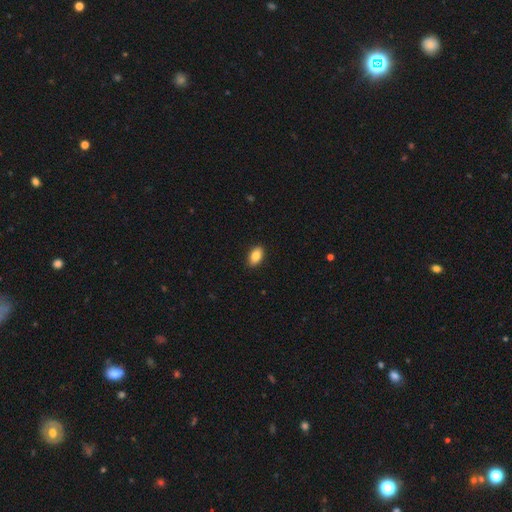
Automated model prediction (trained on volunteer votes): The model was most divided on "smooth or featured": smooth: 86%, star or artifact: 8%, featured or disk: 7%. More confident: how rounded — in between (91%); merging — none (90%).